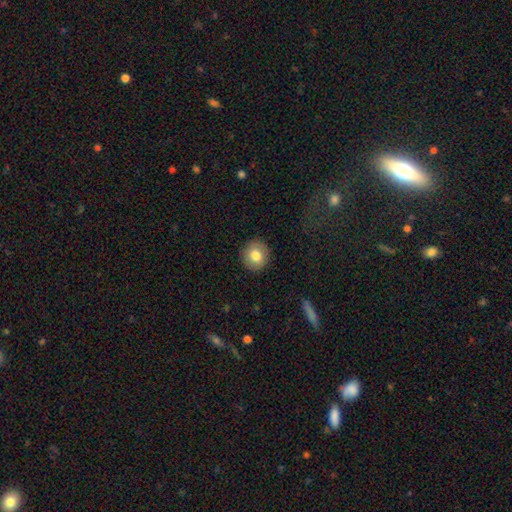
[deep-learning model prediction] This is clearly a smooth galaxy (80%). How rounded: clearly round (90%). Merging: clearly none (91%).